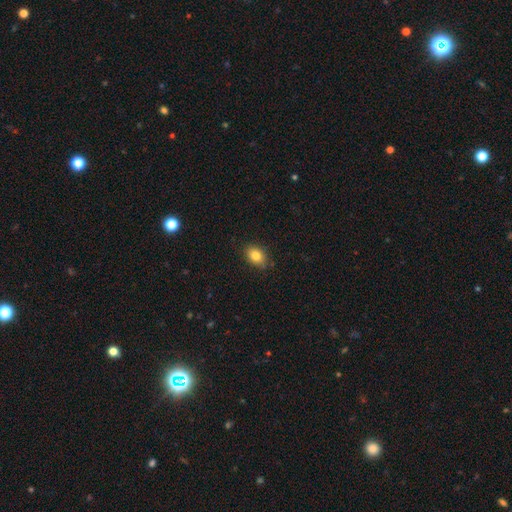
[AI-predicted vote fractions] The model was most divided on "how rounded": in between: 78%, round: 21%, cigar-shaped: 1%. More confident: merging — none (84%); smooth or featured — smooth (83%).